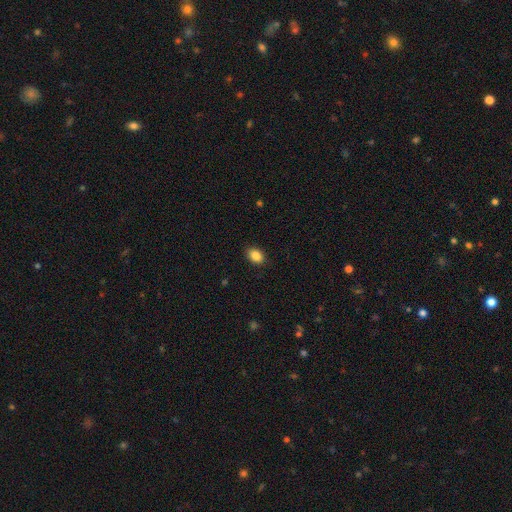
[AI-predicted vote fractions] smooth 88%, star or artifact 9%, featured or disk 4%. Down the decision tree: how rounded — in between (77%); merging — none (88%).